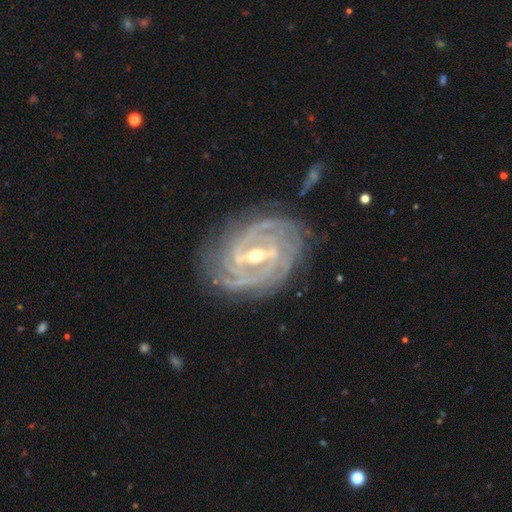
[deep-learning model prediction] A featured or disk galaxy (92%) with a strong bar (59%), 3 (25%) tight (76%) spiral arms (98%) and a moderate central bulge (56%).

Vote fractions:
- Smooth or featured? featured or disk: 92% / star or artifact: 5% / smooth: 3%
- Edge-on disk? no: 96% / yes: 4%
- Bar? strong: 59% / weak: 33% / no: 8%
- Spiral arms? yes: 98% / no: 2%
- Spiral winding? tight: 76% / medium: 20% / loose: 3%
- Spiral arm count? 3: 25% / 2: 22% / 4: 22% / can't tell: 17% / more than 4: 8% / 1: 6%
- Bulge size? moderate: 56% / small: 40% / large: 2% / none: 1% / dominant: 1%
- Merging? none: 79% / minor disturbance: 15% / major disturbance: 5% / merger: 2%